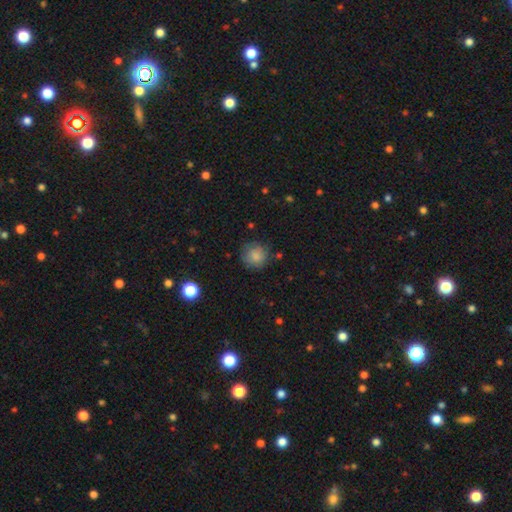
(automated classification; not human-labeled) Q: Smooth or featured?
A: smooth (82%); runner-up: featured or disk (9%)
Q: How rounded?
A: round (91%); runner-up: in between (8%)
Q: Merging?
A: none (75%); runner-up: minor disturbance (18%)